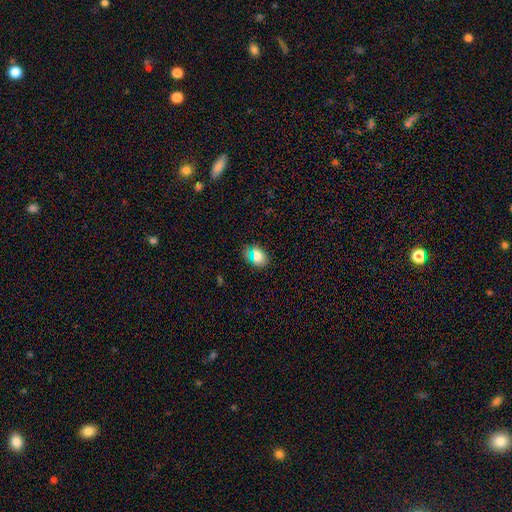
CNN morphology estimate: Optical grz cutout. It shows a smooth galaxy with no disk features (74%) that is in between round and cigar-shaped (66%). Merging: none (80%).